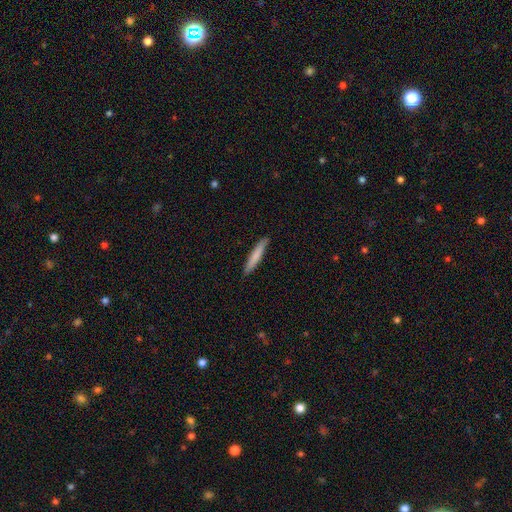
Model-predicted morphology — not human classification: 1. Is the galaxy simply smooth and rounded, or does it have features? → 77% smooth, 18% featured or disk, 5% star or artifact.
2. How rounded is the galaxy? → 94% cigar-shaped, 5% in between, 1% round.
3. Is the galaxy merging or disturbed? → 90% none, 8% minor disturbance, 1% major disturbance, 1% merger.